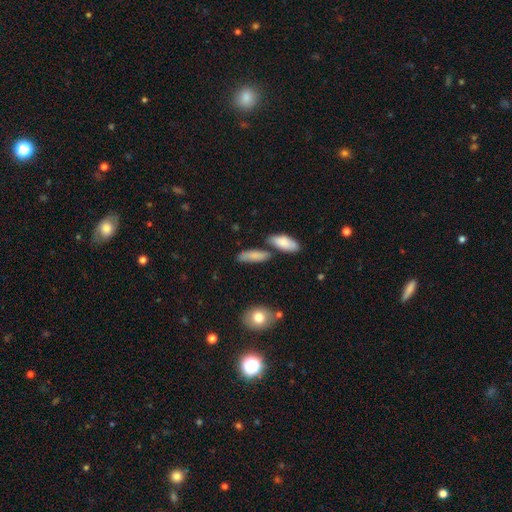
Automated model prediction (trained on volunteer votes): Overall: smooth (80%). How rounded: in between (58%; cigar-shaped 38%). Merging: none (65%).